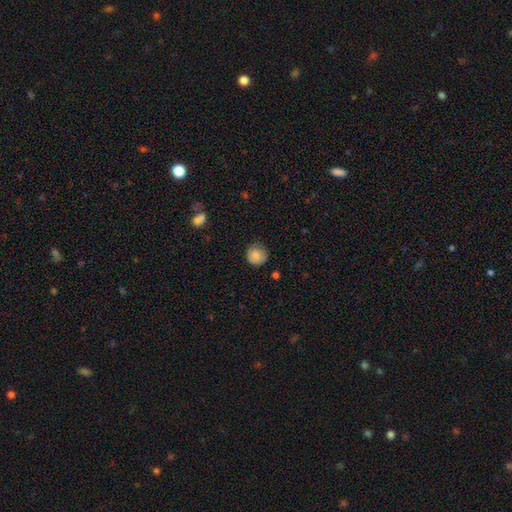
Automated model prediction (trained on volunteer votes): Smooth or featured? Predicted: smooth (p=0.82). How rounded? Predicted: round (p=0.91). Merging? Predicted: none (p=0.74).